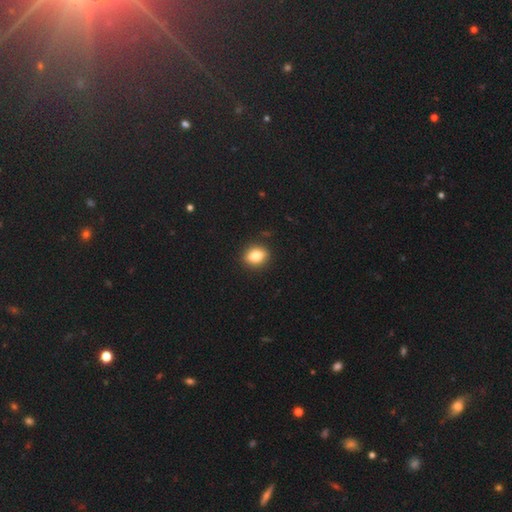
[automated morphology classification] Smooth or featured?
  - smooth: 80% *
  - featured or disk: 10%
  - star or artifact: 10%
How rounded?
  - in between: 56% *
  - round: 42%
  - cigar-shaped: 2%
Merging?
  - none: 89% *
  - minor disturbance: 8%
  - major disturbance: 2%
  - merger: 1%